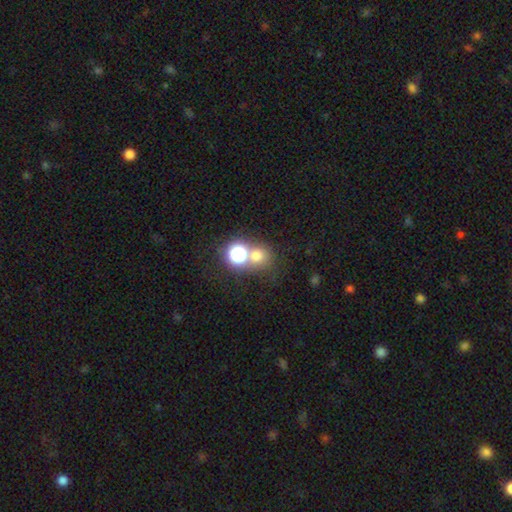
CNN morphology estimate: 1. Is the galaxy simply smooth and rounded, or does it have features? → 66% smooth, 26% star or artifact, 8% featured or disk.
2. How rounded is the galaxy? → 85% round, 14% in between, 1% cigar-shaped.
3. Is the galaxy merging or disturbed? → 55% none, 34% merger, 7% minor disturbance, 4% major disturbance.